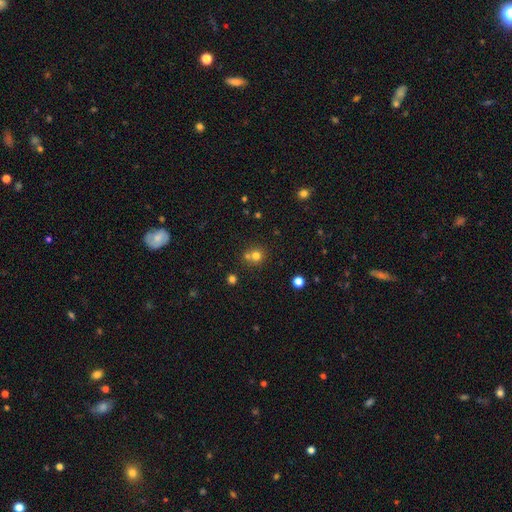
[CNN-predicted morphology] A smooth galaxy with no disk features (73%) that is round (87%). Merging: none (55%).